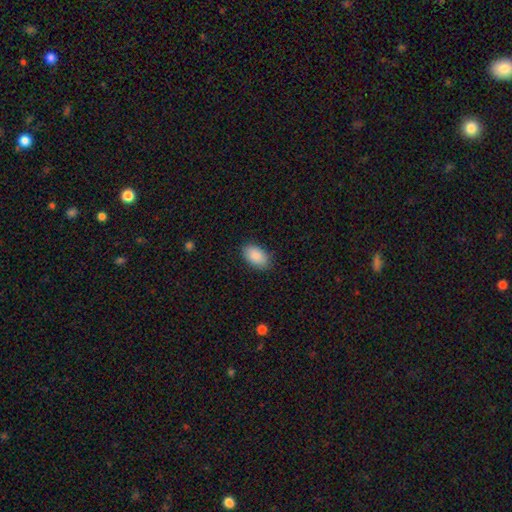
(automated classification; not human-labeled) This appears to be a smooth galaxy with no disk features (89%) that is in between round and cigar-shaped (94%). Merging: none (87%).